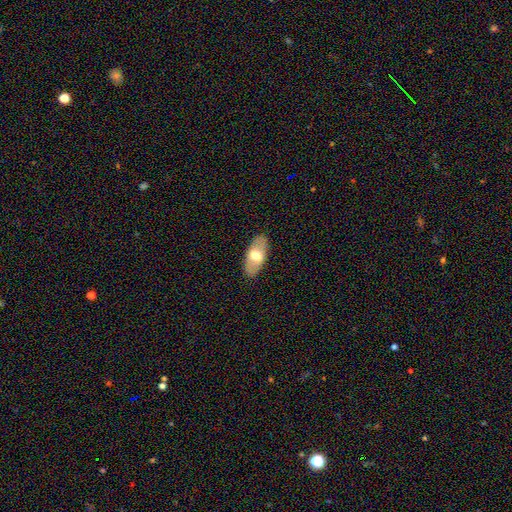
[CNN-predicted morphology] Smooth or featured? Predicted: smooth (p=0.61). How rounded? Predicted: in between (p=0.90). Merging? Predicted: none (p=0.87).